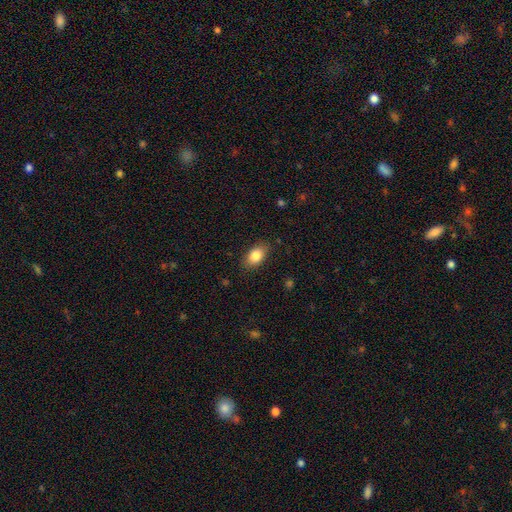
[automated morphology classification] Smooth or featured? smooth (85%)
How rounded? in between (89%)
Merging? none (84%)